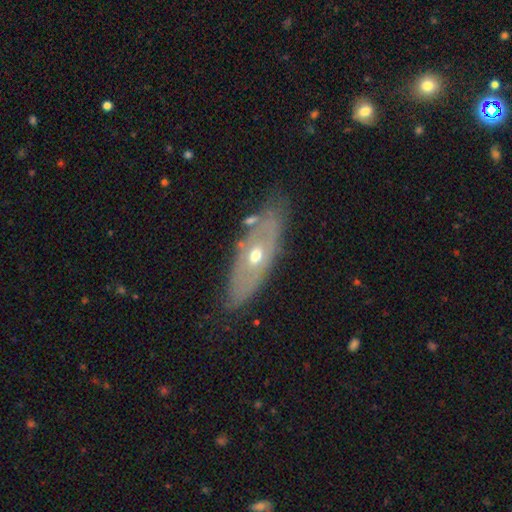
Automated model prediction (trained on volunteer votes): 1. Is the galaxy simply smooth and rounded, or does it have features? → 67% featured or disk, 27% smooth, 7% star or artifact.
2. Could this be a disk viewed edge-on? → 76% no, 24% yes.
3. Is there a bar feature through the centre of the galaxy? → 85% no, 12% weak, 4% strong.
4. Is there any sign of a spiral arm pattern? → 67% no, 33% yes.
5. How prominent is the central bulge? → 64% moderate, 30% small, 3% large, 1% dominant, 1% none.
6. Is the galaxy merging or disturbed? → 73% none, 17% minor disturbance, 6% major disturbance, 4% merger.